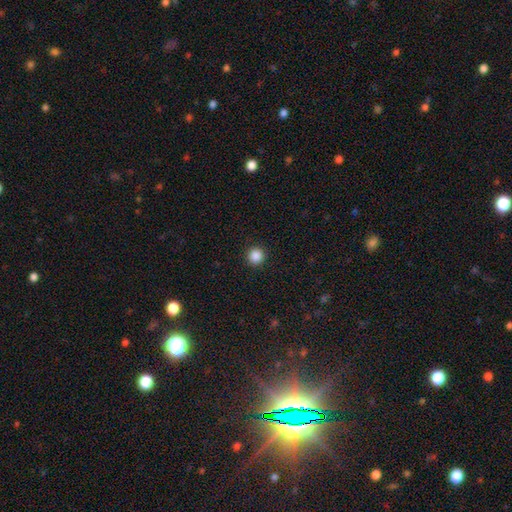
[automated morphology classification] Smooth or featured: smooth — 87% (star or artifact — 10%)
How rounded: round — 95% (in between — 5%)
Merging: none — 92% (minor disturbance — 5%)